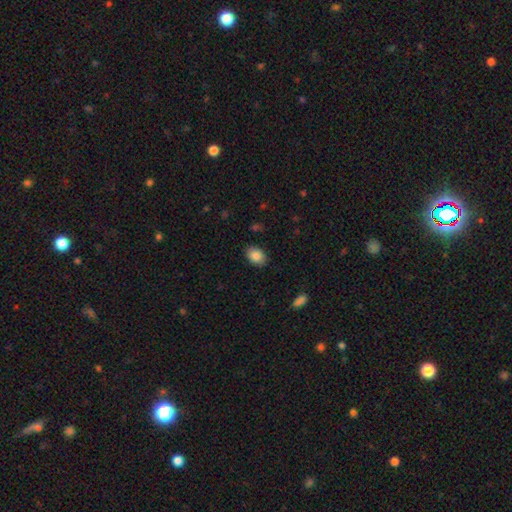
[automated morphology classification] smooth_or_featured: smooth (p=0.87) [alt: star or artifact p=0.08]
how_rounded: in between (p=0.77) [alt: round p=0.22]
merging: none (p=0.86) [alt: minor disturbance p=0.10]